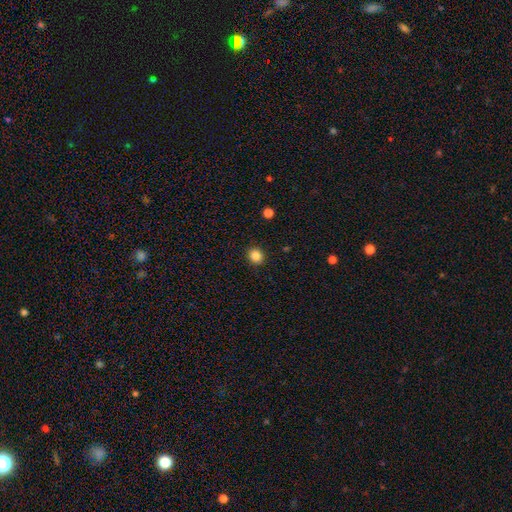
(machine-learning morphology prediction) Smooth or featured?
  - smooth: 85% *
  - star or artifact: 11%
  - featured or disk: 4%
How rounded?
  - round: 86% *
  - in between: 13%
  - cigar-shaped: 1%
Merging?
  - none: 92% *
  - minor disturbance: 5%
  - major disturbance: 2%
  - merger: 1%